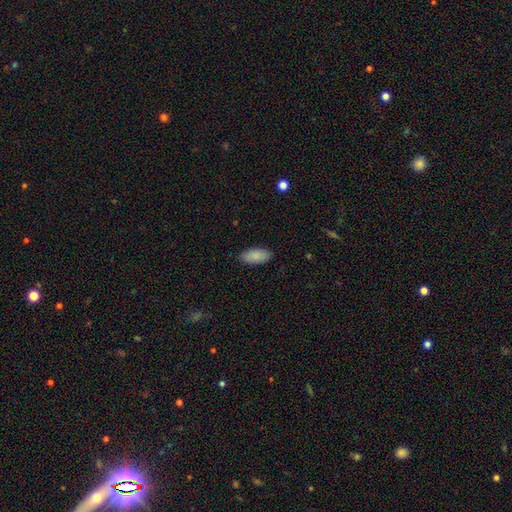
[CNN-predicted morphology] smooth_or_featured: smooth (p=0.88) [alt: featured or disk p=0.06]
how_rounded: in between (p=0.92) [alt: cigar-shaped p=0.06]
merging: none (p=0.88) [alt: minor disturbance p=0.10]